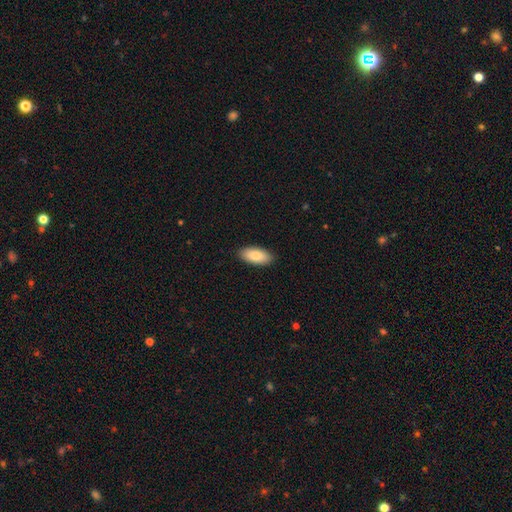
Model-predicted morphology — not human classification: Smooth or featured: smooth — 85% (featured or disk — 10%)
How rounded: in between — 90% (cigar-shaped — 8%)
Merging: none — 90% (minor disturbance — 8%)